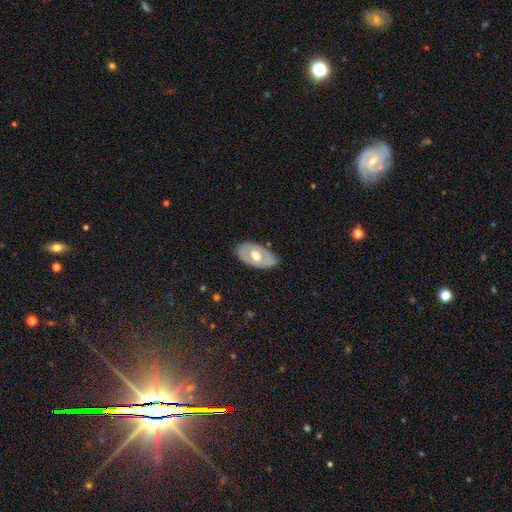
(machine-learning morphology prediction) A featured or disk galaxy (50%).

Vote fractions:
- Smooth or featured? featured or disk: 50% / smooth: 44% / star or artifact: 5%
- Edge-on disk? no: 85% / yes: 15%
- Merging? none: 81% / minor disturbance: 15% / major disturbance: 3% / merger: 1%